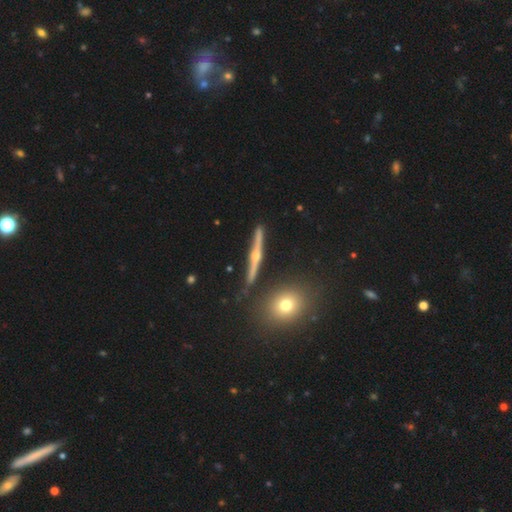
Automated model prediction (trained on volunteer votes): smooth_or_featured: featured or disk (p=0.80) [alt: smooth p=0.12]
disk_edge_on: yes (p=0.96) [alt: no p=0.04]
edge_on_bulge: rounded (p=0.89) [alt: none p=0.06]
merging: none (p=0.87) [alt: minor disturbance p=0.08]